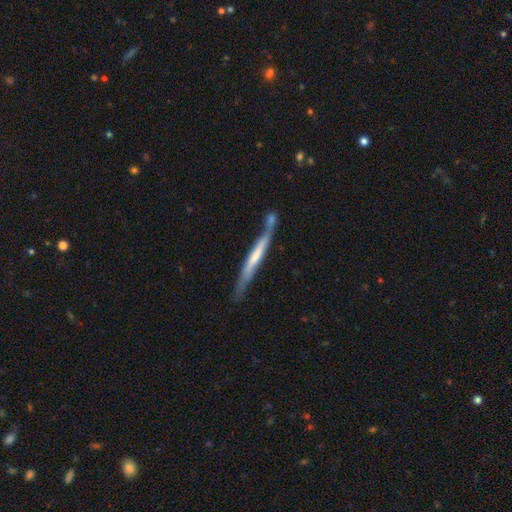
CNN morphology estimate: Q: Smooth or featured?
A: featured or disk (55%); runner-up: smooth (40%)
Q: Edge-on disk?
A: yes (87%); runner-up: no (13%)
Q: Merging?
A: none (50%); runner-up: merger (23%)